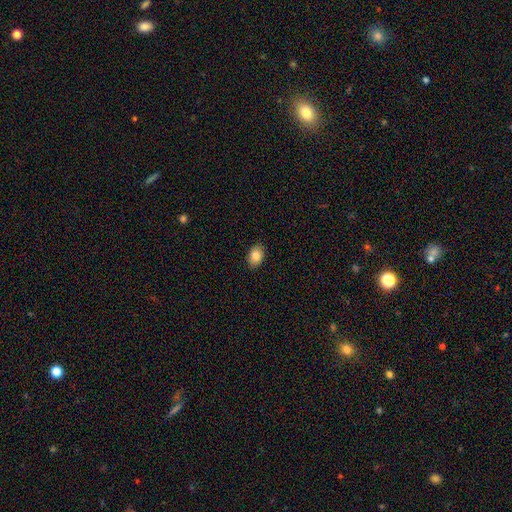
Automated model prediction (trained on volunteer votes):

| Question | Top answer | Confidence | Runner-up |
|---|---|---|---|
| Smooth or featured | smooth | 85% | star or artifact (8%) |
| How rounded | in between | 80% | round (19%) |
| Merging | none | 89% | minor disturbance (9%) |